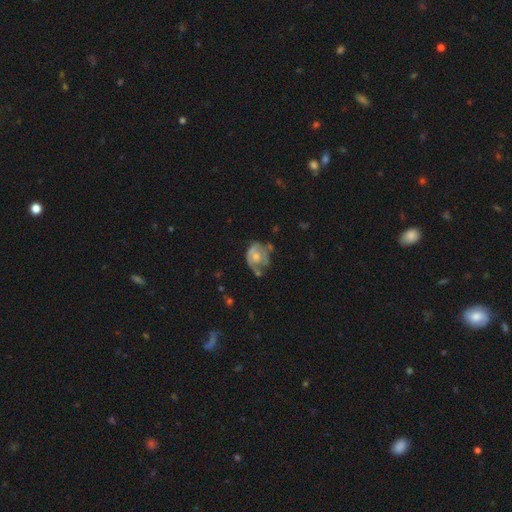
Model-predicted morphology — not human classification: A featured or disk galaxy (55%) with no bar (83%), no spiral arms (57%) and a moderate central bulge (58%). Merging: none (37%).